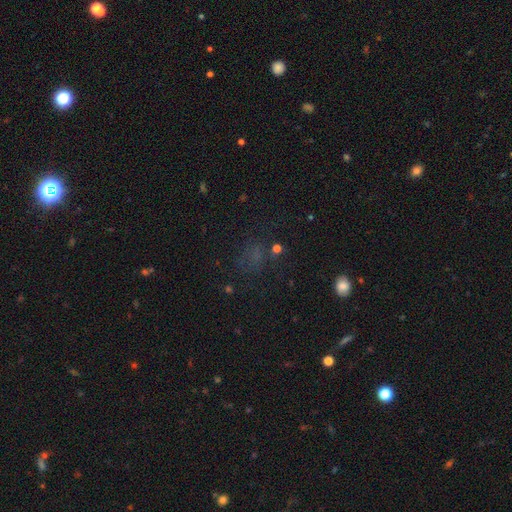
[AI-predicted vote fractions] smooth_or_featured: smooth (p=0.47) [alt: star or artifact p=0.40]
merging: none (p=0.66) [alt: minor disturbance p=0.16]